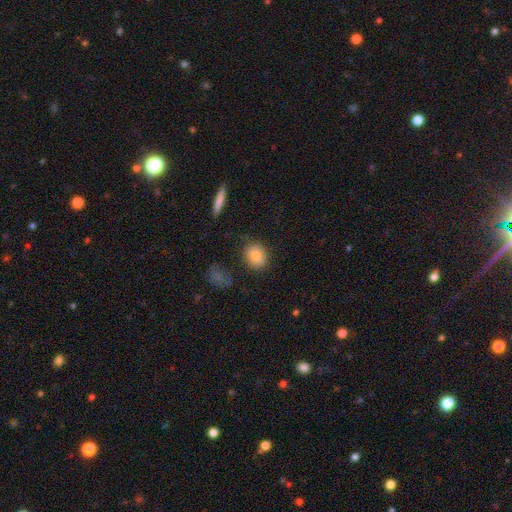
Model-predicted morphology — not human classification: smooth_or_featured: smooth (p=0.85) [alt: star or artifact p=0.08]
how_rounded: round (p=0.58) [alt: in between p=0.41]
merging: none (p=0.82) [alt: minor disturbance p=0.12]